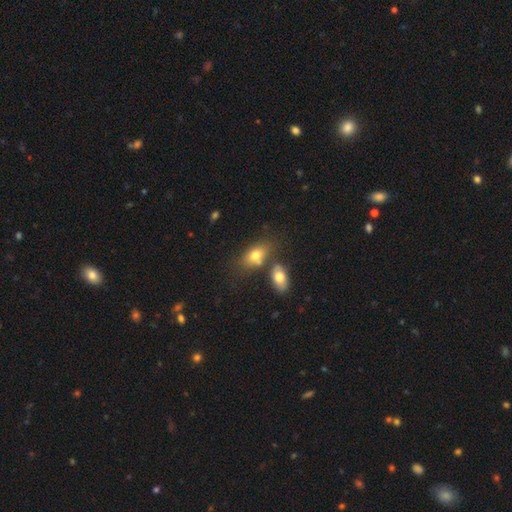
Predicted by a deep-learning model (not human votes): Q: Smooth or featured?
A: smooth (75%); runner-up: featured or disk (16%)
Q: How rounded?
A: in between (86%); runner-up: round (10%)
Q: Merging?
A: none (52%); runner-up: merger (28%)